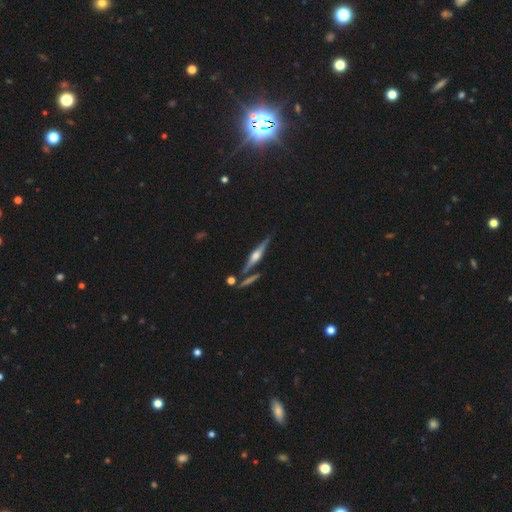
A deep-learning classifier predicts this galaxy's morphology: Smooth or featured? featured or disk (79%)
Edge-on disk? yes (98%)
Edge-on bulge? rounded (86%)
Merging? none (81%)